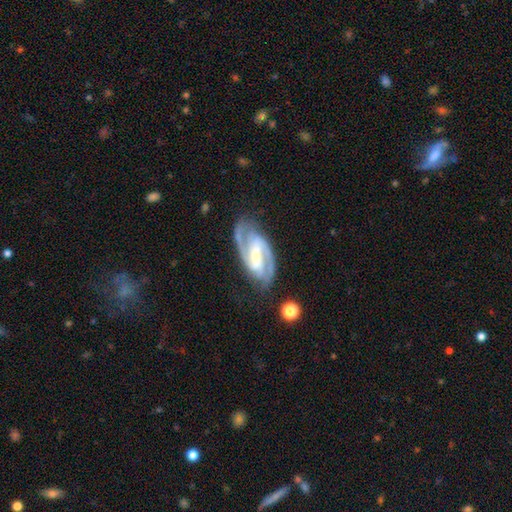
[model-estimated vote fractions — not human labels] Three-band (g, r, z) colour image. It shows a featured or disk galaxy (91%) with a strong bar (53%), 2 (91%) medium (53%) spiral arms (98%) and a small central bulge (56%). Merging: none (80%).